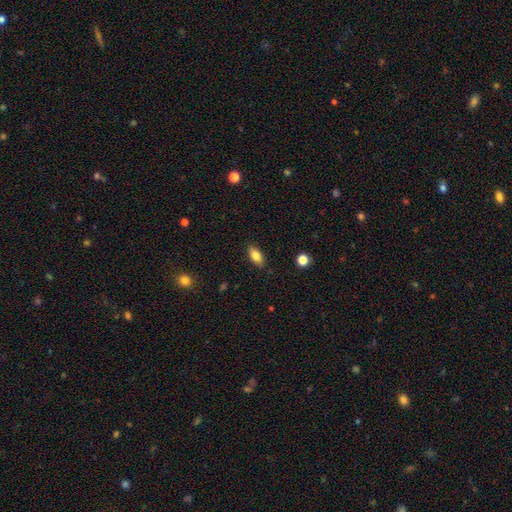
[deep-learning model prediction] Q: Smooth or featured?
A: smooth (81%); runner-up: featured or disk (10%)
Q: How rounded?
A: in between (88%); runner-up: cigar-shaped (7%)
Q: Merging?
A: none (86%); runner-up: minor disturbance (10%)